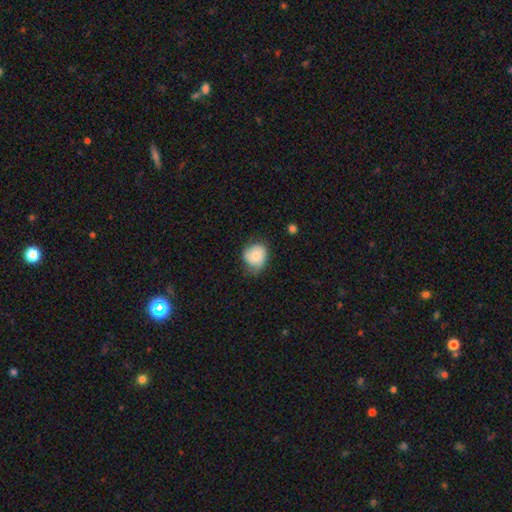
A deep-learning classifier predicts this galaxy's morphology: Smooth or featured: smooth — 71% (featured or disk — 22%)
How rounded: round — 68% (in between — 32%)
Merging: none — 55% (minor disturbance — 34%)